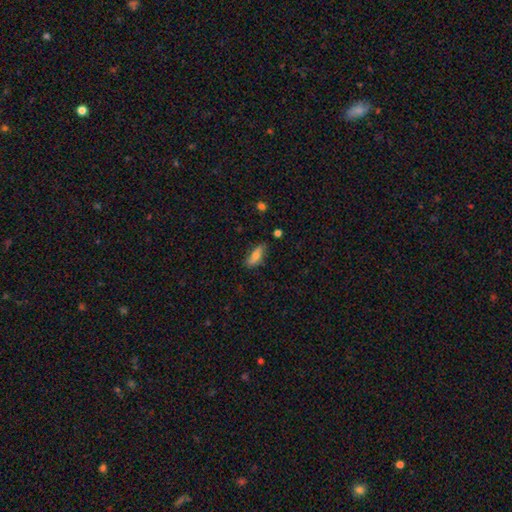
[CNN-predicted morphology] type=smooth (73%); roundness=in between (66%); merging=none (75%).